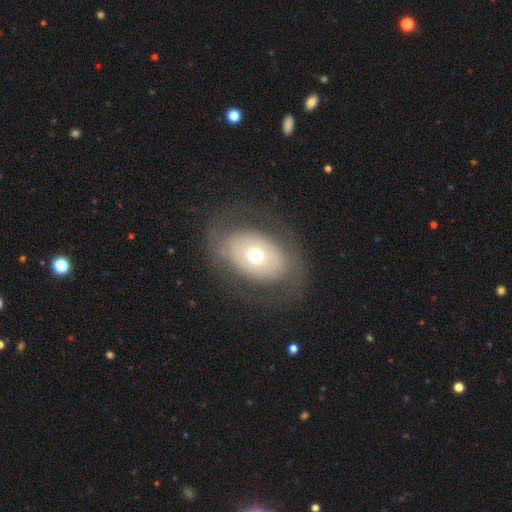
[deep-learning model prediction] Smooth or featured? smooth (51%)
How rounded? in between (74%)
Merging? none (75%)